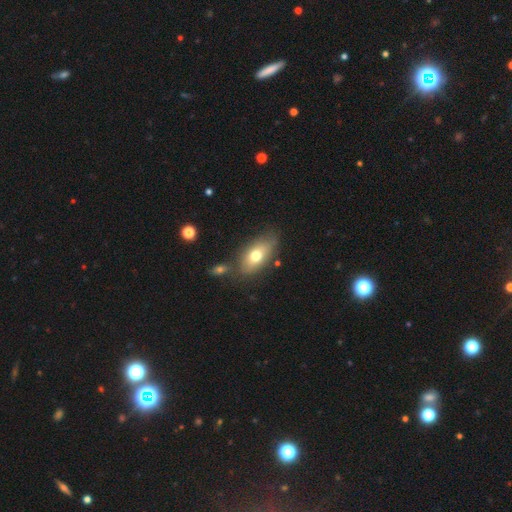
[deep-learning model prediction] A smooth galaxy with no disk features (69%) that is in between round and cigar-shaped (88%). Merging: none (70%).